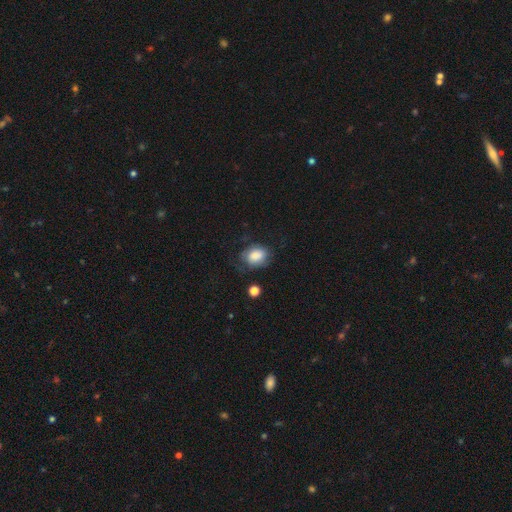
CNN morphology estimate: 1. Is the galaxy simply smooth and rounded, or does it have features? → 80% smooth, 12% featured or disk, 8% star or artifact.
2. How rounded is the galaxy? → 65% in between, 33% round, 1% cigar-shaped.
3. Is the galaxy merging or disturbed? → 57% none, 27% minor disturbance, 13% major disturbance, 3% merger.